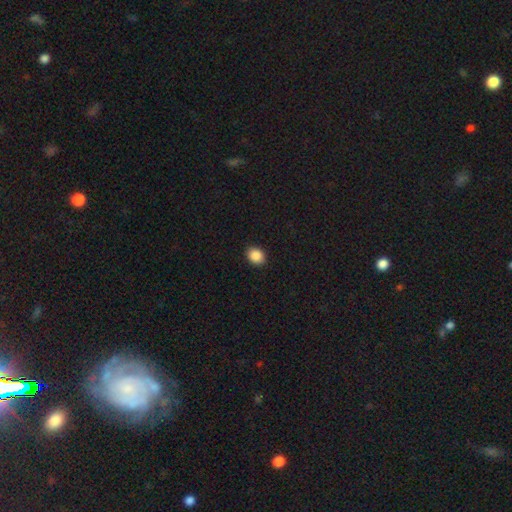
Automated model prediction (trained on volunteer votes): Smooth or featured: smooth — 88% (star or artifact — 9%)
How rounded: round — 51% (in between — 48%)
Merging: none — 91% (minor disturbance — 7%)